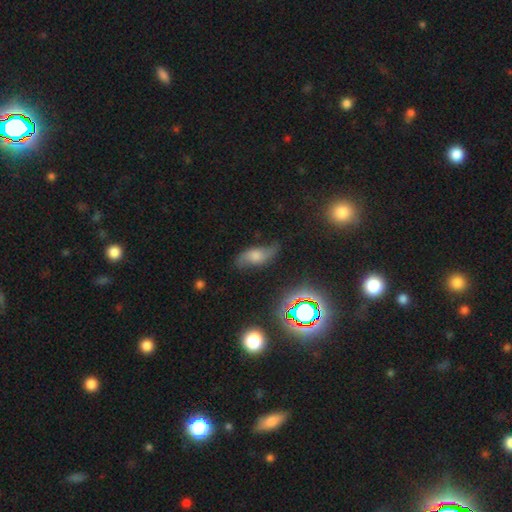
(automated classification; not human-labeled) Overall: featured or disk (50%; smooth 34%). Edge-on disk: no (79%). Merging: none (61%; minor disturbance 26%).